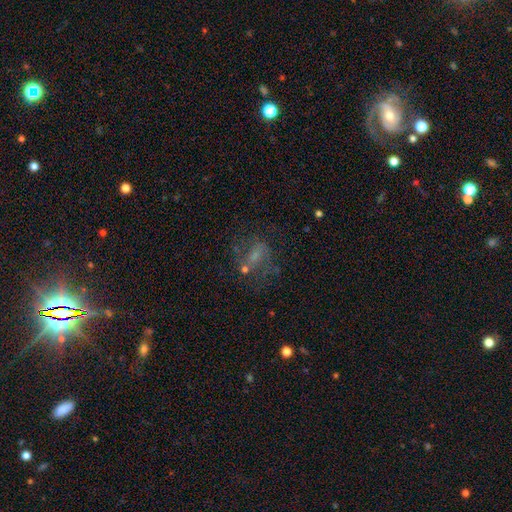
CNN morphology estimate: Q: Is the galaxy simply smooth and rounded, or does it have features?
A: featured or disk — 47%.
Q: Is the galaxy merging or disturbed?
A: none — 47%.